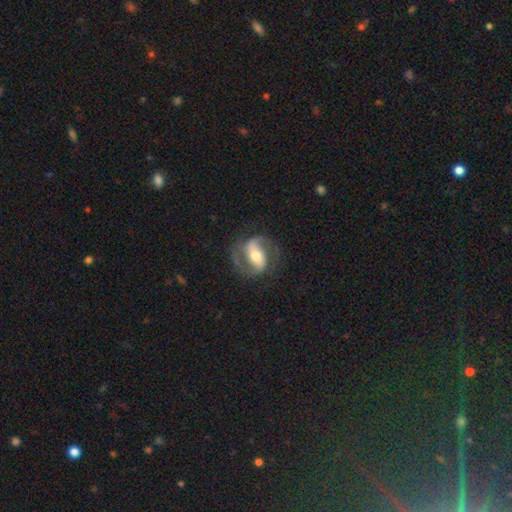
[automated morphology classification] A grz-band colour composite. It shows a featured or disk galaxy (81%) with a strong bar (51%), 2 (89%) medium (52%) spiral arms (91%) and a moderate central bulge (66%). Merging: none (74%).